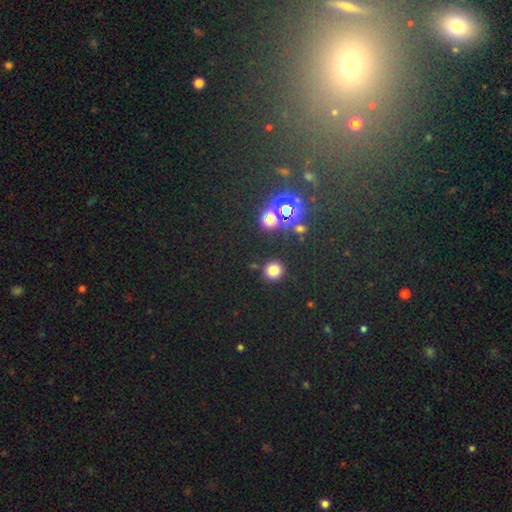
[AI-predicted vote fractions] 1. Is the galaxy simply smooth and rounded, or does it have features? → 65% star or artifact, 25% smooth, 10% featured or disk.